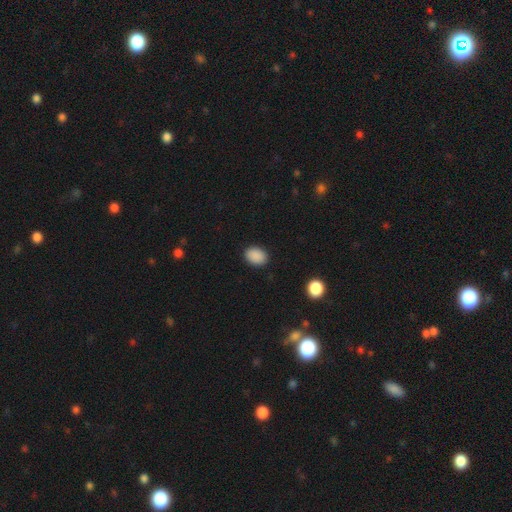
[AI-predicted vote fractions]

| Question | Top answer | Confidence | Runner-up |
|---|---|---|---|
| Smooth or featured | smooth | 89% | star or artifact (9%) |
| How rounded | in between | 72% | round (27%) |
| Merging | none | 89% | minor disturbance (8%) |